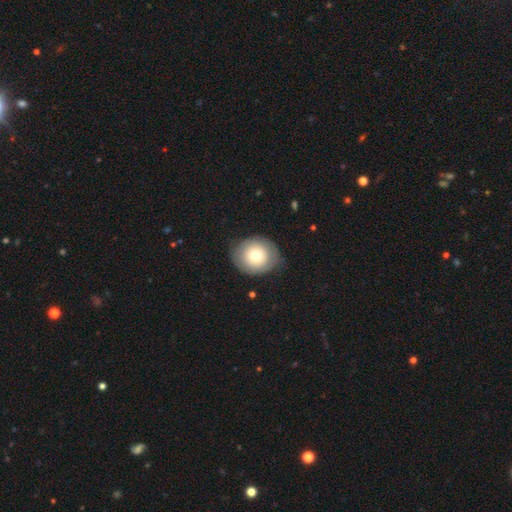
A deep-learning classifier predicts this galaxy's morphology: Smooth or featured: smooth — 66% (featured or disk — 26%)
How rounded: round — 80% (in between — 19%)
Merging: none — 79% (minor disturbance — 15%)